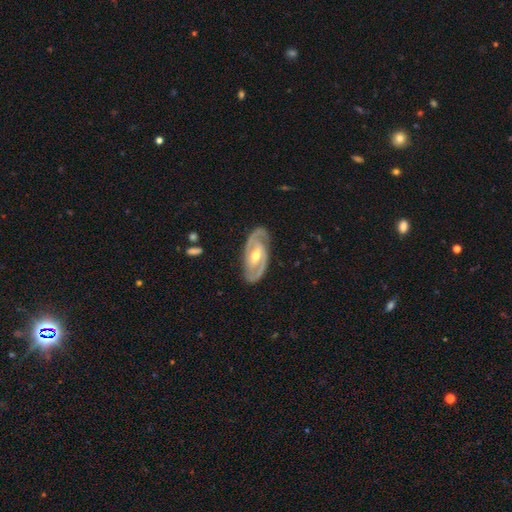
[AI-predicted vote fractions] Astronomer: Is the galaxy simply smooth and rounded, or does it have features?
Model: featured or disk — 91%.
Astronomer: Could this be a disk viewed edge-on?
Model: no — 96%.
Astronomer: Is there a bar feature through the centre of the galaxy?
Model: weak — 41% (runner-up: strong, 30%).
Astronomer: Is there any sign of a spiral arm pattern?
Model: yes — 96%.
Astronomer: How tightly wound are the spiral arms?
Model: tight — 48% (runner-up: medium, 43%).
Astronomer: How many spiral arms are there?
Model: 2 — 92%.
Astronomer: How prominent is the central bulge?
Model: moderate — 70%.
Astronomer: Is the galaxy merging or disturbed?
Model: none — 86%.